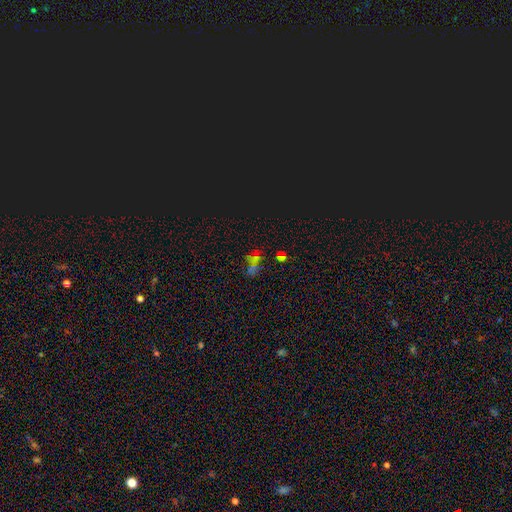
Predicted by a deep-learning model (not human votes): smooth-or-featured: star or artifact: 59% | smooth: 27% | featured or disk: 14%